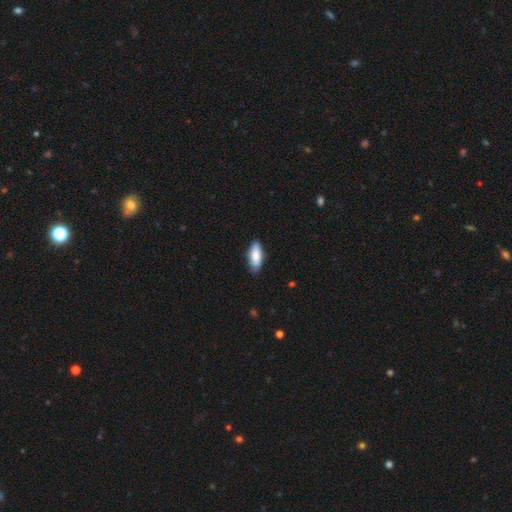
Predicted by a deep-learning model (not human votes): Smooth or featured? smooth (82%)
How rounded? in between (75%)
Merging? none (86%)